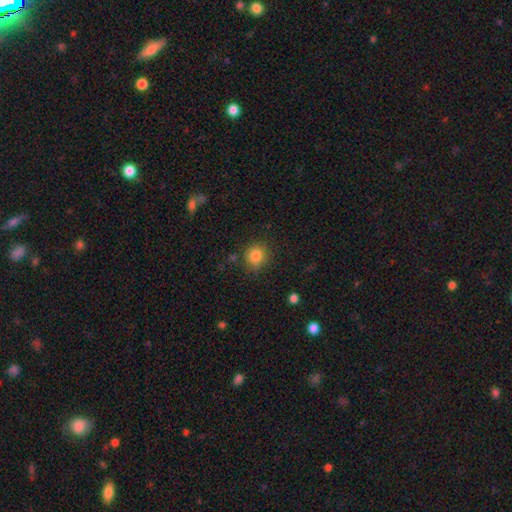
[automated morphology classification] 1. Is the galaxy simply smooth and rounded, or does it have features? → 83% smooth, 11% star or artifact, 6% featured or disk.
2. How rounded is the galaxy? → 80% round, 19% in between, 1% cigar-shaped.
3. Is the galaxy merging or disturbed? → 79% none, 14% minor disturbance, 4% major disturbance, 3% merger.